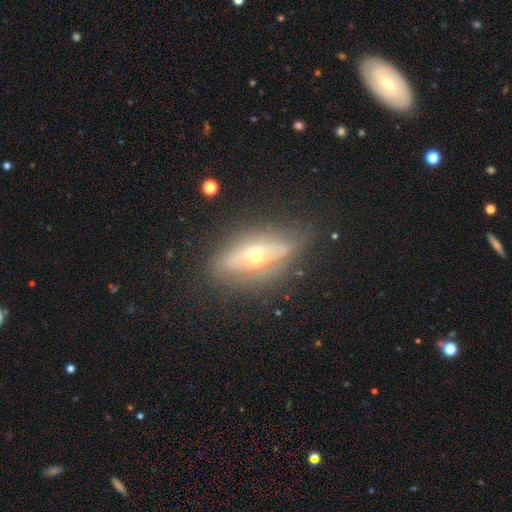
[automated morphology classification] featured or disk 68%, smooth 24%, star or artifact 8%. Down the decision tree: edge-on disk — yes (63%); merging — none (73%).